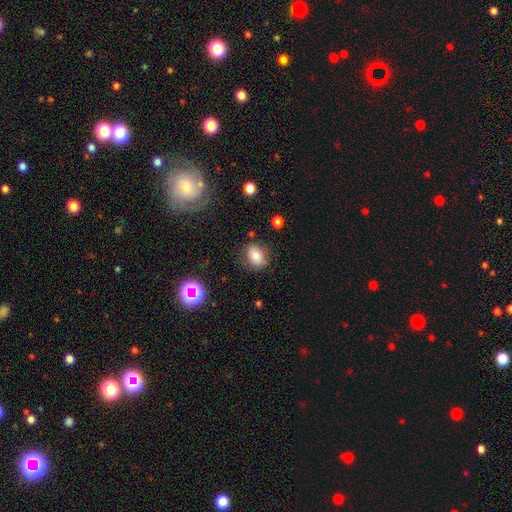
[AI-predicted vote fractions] This is likely a smooth galaxy (77%). How rounded: likely in between (68%). Merging: likely none (75%).